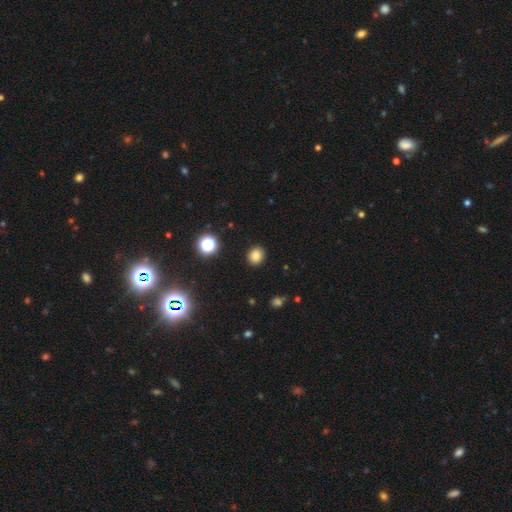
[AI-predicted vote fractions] Smooth or featured?
  - smooth: 82% *
  - star or artifact: 13%
  - featured or disk: 4%
How rounded?
  - round: 69% *
  - in between: 30%
  - cigar-shaped: 1%
Merging?
  - none: 90% *
  - minor disturbance: 7%
  - major disturbance: 2%
  - merger: 1%